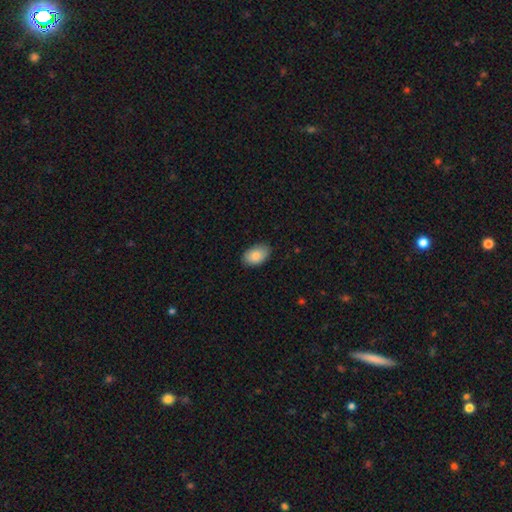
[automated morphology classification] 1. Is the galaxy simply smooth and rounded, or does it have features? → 86% smooth, 7% featured or disk, 7% star or artifact.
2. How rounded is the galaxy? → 91% in between, 8% round, 1% cigar-shaped.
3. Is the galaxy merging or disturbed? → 84% none, 13% minor disturbance, 2% major disturbance, 1% merger.